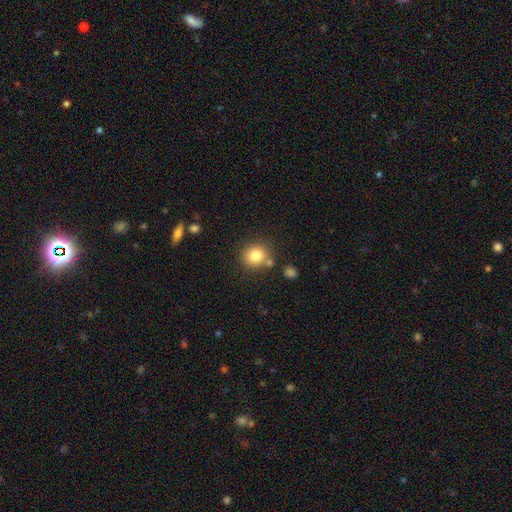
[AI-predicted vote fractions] This is clearly a smooth galaxy (82%). How rounded: clearly round (85%). Merging: likely none (74%).